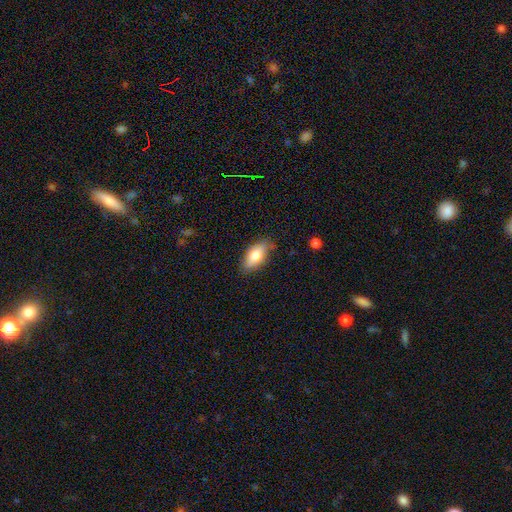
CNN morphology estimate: This appears to be a smooth galaxy with no disk features (75%) that is in between round and cigar-shaped (87%). Merging: none (80%).